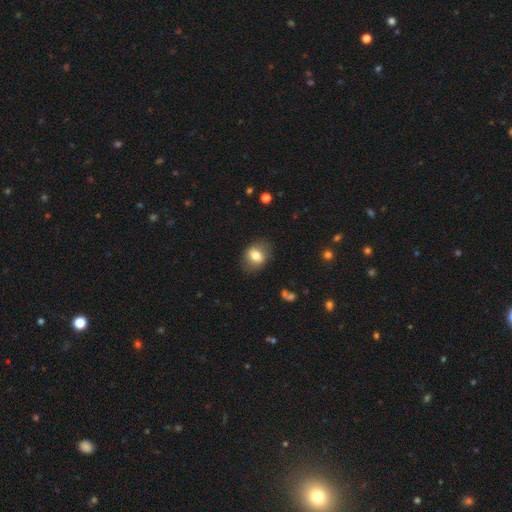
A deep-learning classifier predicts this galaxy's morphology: smooth 74%, featured or disk 17%, star or artifact 9%. Down the decision tree: how rounded — in between (52%); merging — none (79%).